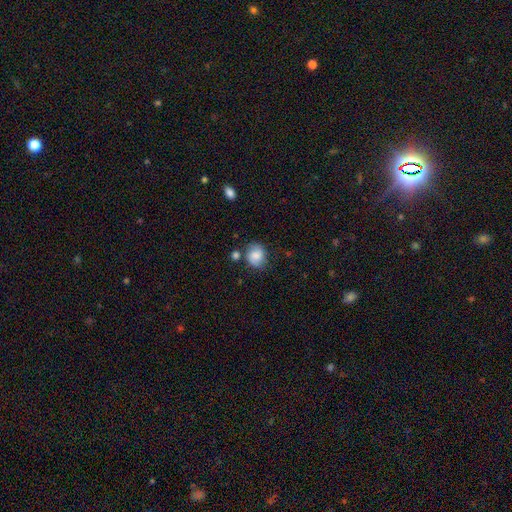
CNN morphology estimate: smooth_or_featured: smooth (p=0.68) [alt: featured or disk p=0.22]
how_rounded: round (p=0.69) [alt: in between p=0.30]
merging: none (p=0.65) [alt: minor disturbance p=0.21]